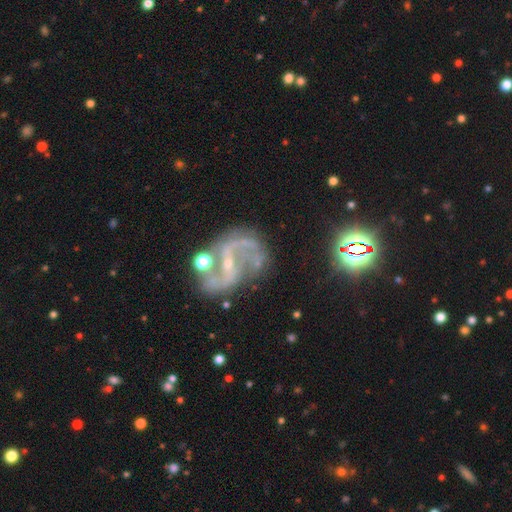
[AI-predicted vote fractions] Smooth or featured? featured or disk (87%)
Edge-on disk? no (98%)
Bar? weak (40%)
Spiral arms? yes (95%)
Spiral winding? loose (46%)
Spiral arm count? 2 (90%)
Bulge size? small (77%)
Merging? none (58%)